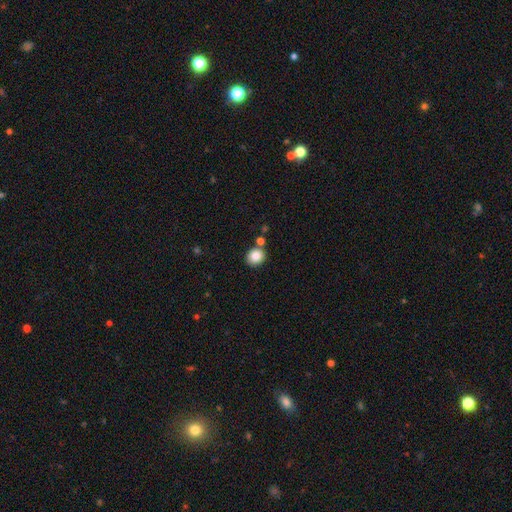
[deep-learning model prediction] A smooth galaxy with no disk features (84%) that is round (74%).

Vote fractions:
- Smooth or featured? smooth: 84% / star or artifact: 10% / featured or disk: 6%
- How rounded? round: 74% / in between: 25% / cigar-shaped: 1%
- Merging? none: 77% / merger: 11% / minor disturbance: 9% / major disturbance: 2%